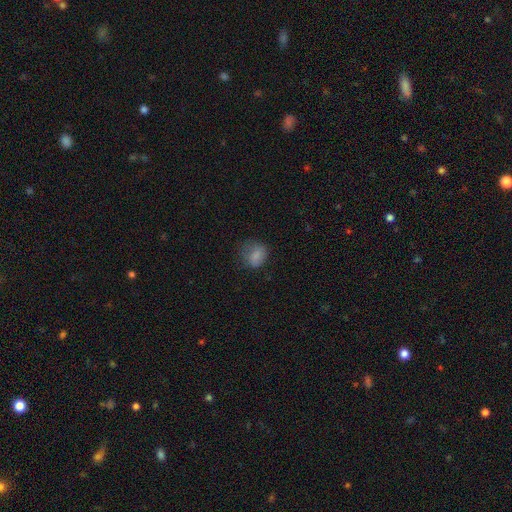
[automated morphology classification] type=smooth (78%); roundness=round (61%); merging=none (56%).